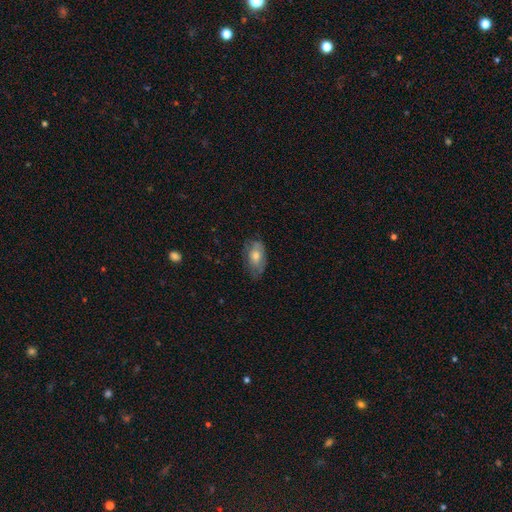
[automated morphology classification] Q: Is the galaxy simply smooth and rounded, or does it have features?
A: smooth — 54%.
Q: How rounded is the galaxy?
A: in between — 88%.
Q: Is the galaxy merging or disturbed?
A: none — 66%.